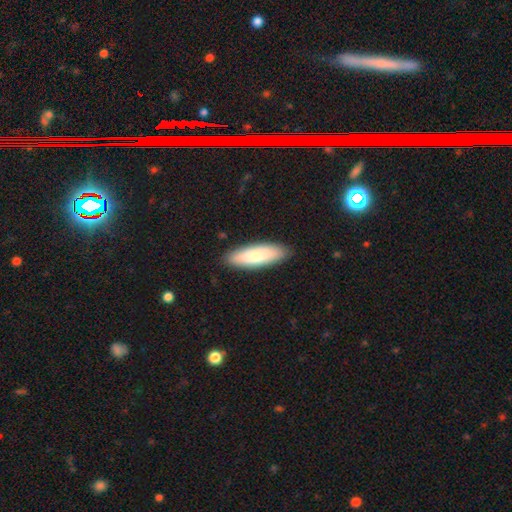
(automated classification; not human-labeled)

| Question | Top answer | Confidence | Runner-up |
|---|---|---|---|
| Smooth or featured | smooth | 76% | featured or disk (19%) |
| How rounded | in between | 56% | cigar-shaped (42%) |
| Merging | none | 87% | minor disturbance (9%) |